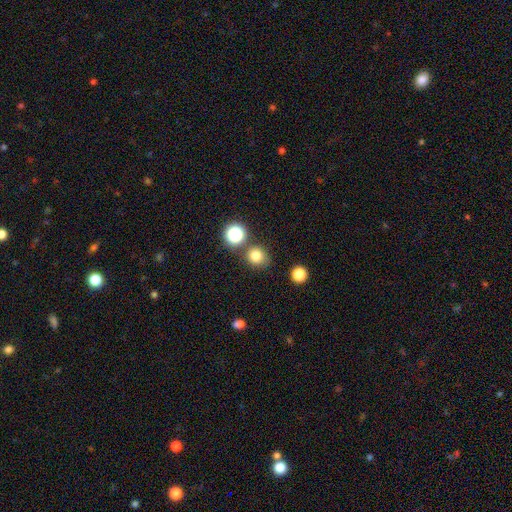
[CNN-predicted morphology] This is likely a smooth galaxy (79%). How rounded: clearly round (84%). Merging: likely none (76%).